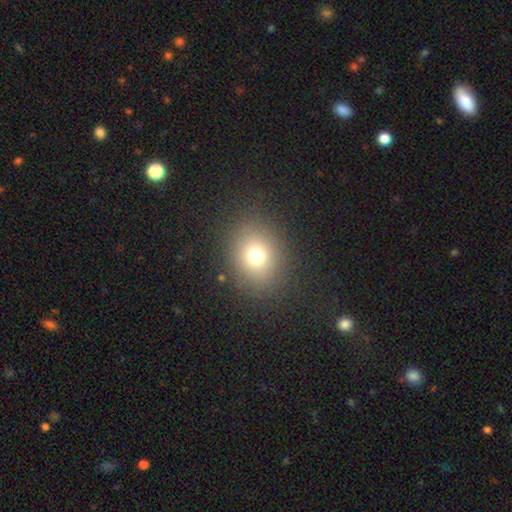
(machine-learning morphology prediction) This appears to be a smooth galaxy with no disk features (72%) that is round (66%). Merging: none (84%).